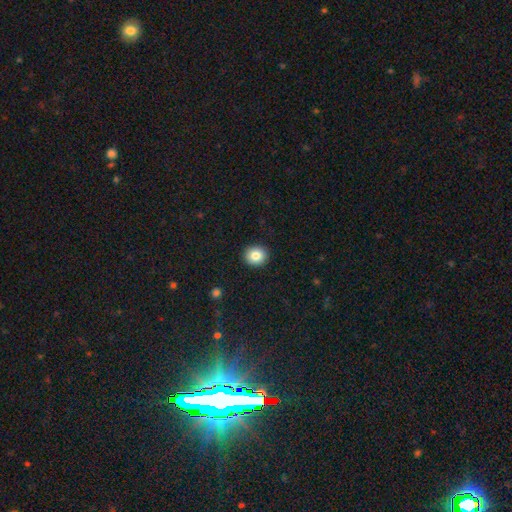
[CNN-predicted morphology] smooth 84%, star or artifact 9%, featured or disk 6%. Down the decision tree: how rounded — round (84%); merging — none (92%).